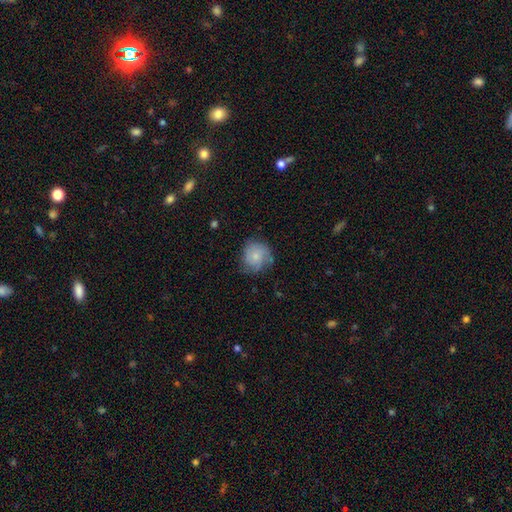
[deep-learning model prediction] This is possibly a smooth galaxy (59%). How rounded: clearly round (84%). Merging: likely none (65%).